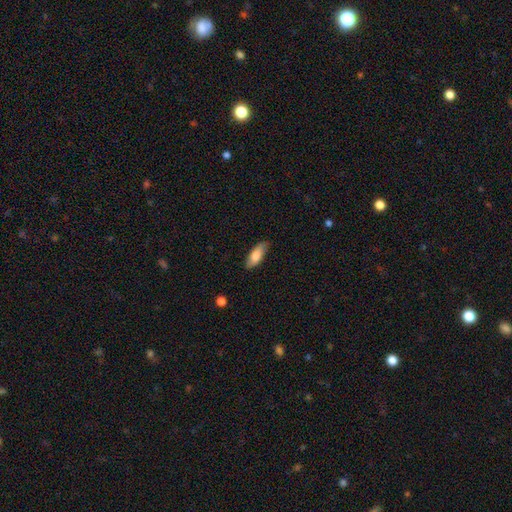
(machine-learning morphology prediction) A smooth galaxy with no disk features (77%) that is in between round and cigar-shaped (75%). Merging: none (81%).